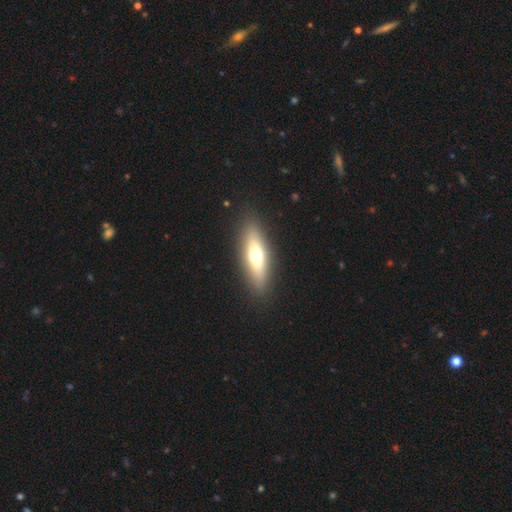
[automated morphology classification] Smooth or featured?
  - smooth: 55% *
  - featured or disk: 37%
  - star or artifact: 8%
How rounded?
  - cigar-shaped: 54% *
  - in between: 44%
  - round: 3%
Merging?
  - none: 88% *
  - minor disturbance: 8%
  - major disturbance: 3%
  - merger: 1%